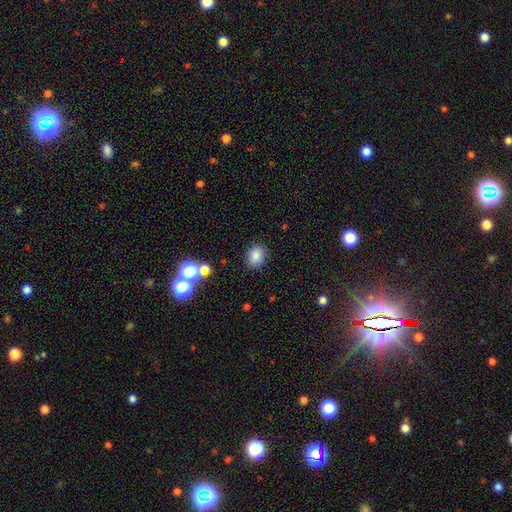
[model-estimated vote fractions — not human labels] This is clearly a smooth galaxy (83%). How rounded: possibly round (52%). Merging: clearly none (85%).